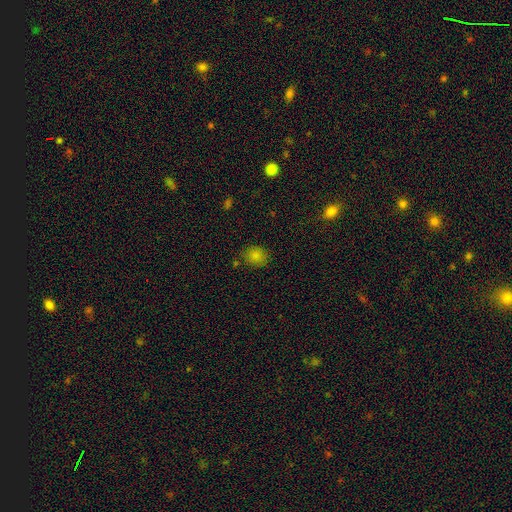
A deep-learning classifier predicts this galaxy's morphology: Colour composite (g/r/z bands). It shows a smooth galaxy with no disk features (82%) that is round (71%). Merging: none (79%).